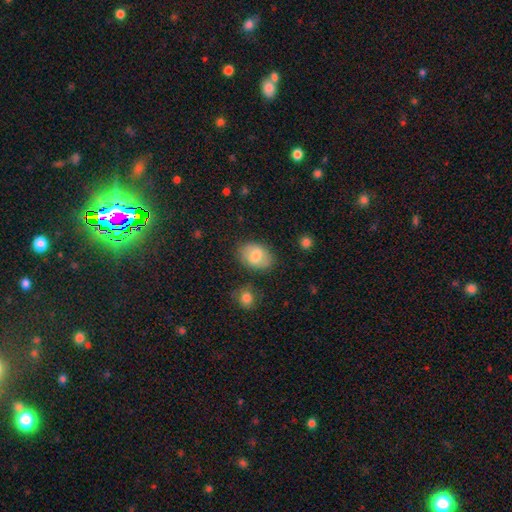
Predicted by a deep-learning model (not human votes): smooth-or-featured: smooth: 73% | featured or disk: 20% | star or artifact: 7%
  how-rounded: in between: 81% | round: 18% | cigar-shaped: 1%
  merging: none: 77% | minor disturbance: 15% | major disturbance: 4% | merger: 4%